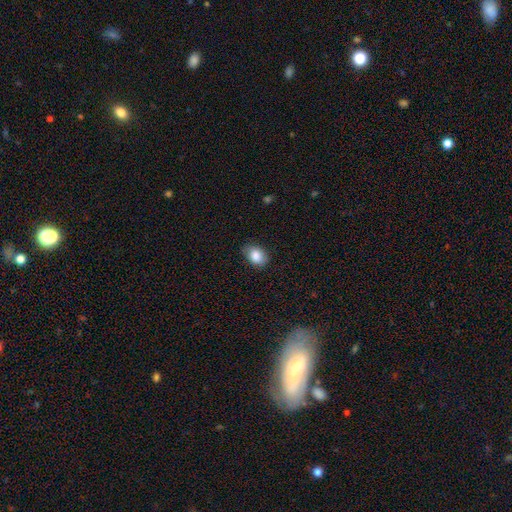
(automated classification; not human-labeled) Overall: smooth (86%). How rounded: in between (74%). Merging: none (79%).